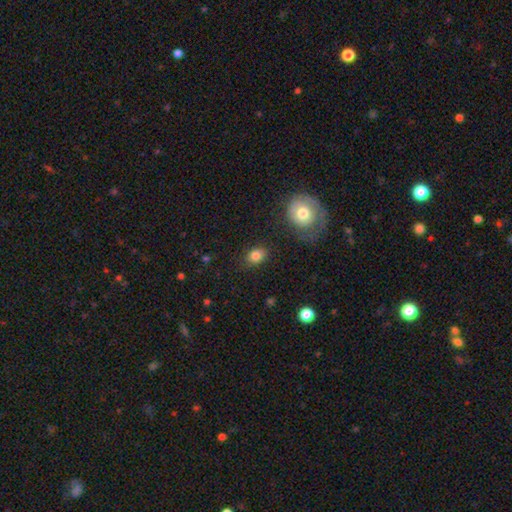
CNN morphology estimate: Smooth or featured: smooth — 83% (star or artifact — 9%)
How rounded: in between — 71% (round — 28%)
Merging: none — 82% (minor disturbance — 12%)